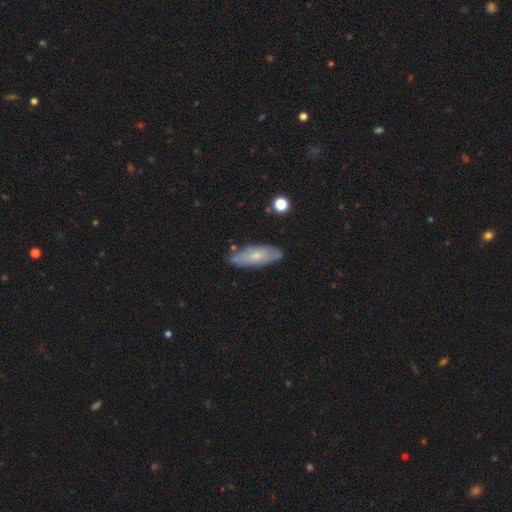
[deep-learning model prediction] A smooth galaxy with no disk features (56%) that is in between round and cigar-shaped (64%).

Vote fractions:
- Smooth or featured? smooth: 56% / featured or disk: 38% / star or artifact: 6%
- How rounded? in between: 64% / cigar-shaped: 34% / round: 2%
- Merging? none: 78% / minor disturbance: 17% / major disturbance: 3% / merger: 3%